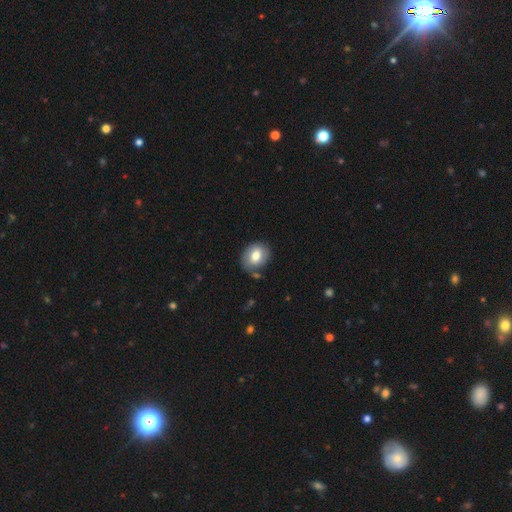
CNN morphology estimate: Smooth or featured?
  - smooth: 73% *
  - featured or disk: 19%
  - star or artifact: 7%
How rounded?
  - in between: 58% *
  - round: 41%
  - cigar-shaped: 1%
Merging?
  - none: 78% *
  - minor disturbance: 15%
  - merger: 4%
  - major disturbance: 4%